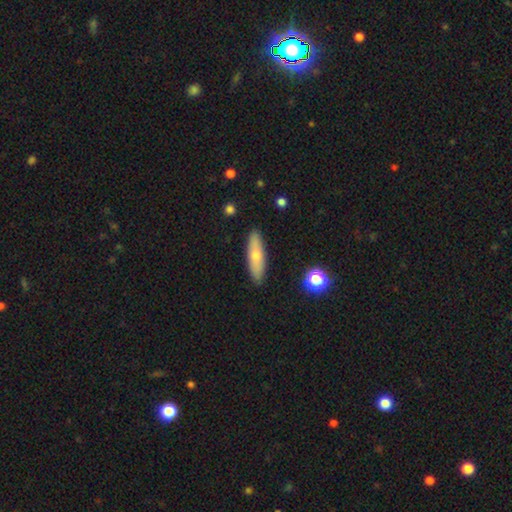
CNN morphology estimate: This appears to be a smooth galaxy with no disk features (62%) that is cigar-shaped (64%). Merging: none (89%).